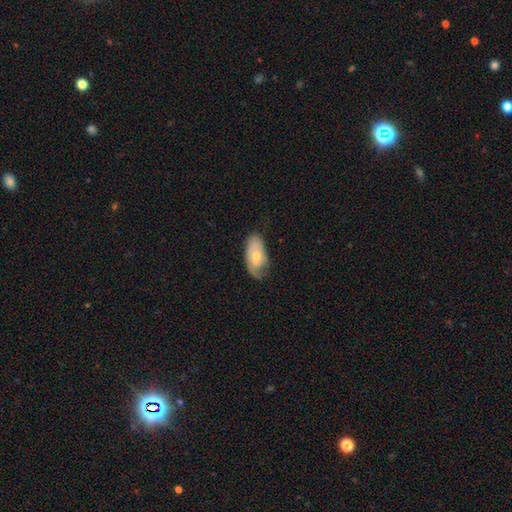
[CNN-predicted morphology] This appears to be a smooth galaxy with no disk features (58%) that is in between round and cigar-shaped (92%). Merging: none (54%).